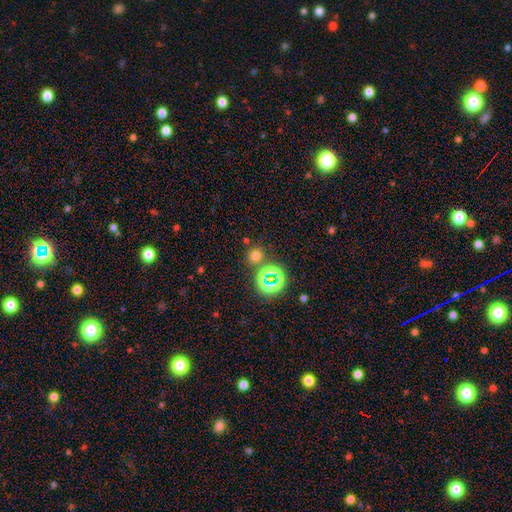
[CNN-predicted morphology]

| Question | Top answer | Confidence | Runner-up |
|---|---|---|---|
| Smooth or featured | smooth | 64% | star or artifact (29%) |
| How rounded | round | 87% | in between (12%) |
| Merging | none | 78% | merger (11%) |